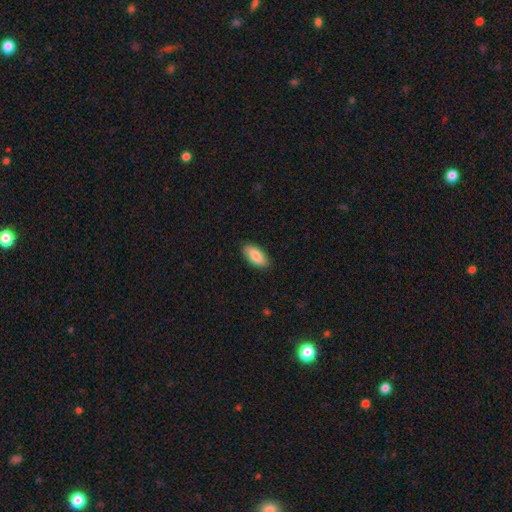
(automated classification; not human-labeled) This is clearly a smooth galaxy (83%). How rounded: clearly in between (89%). Merging: clearly none (87%).